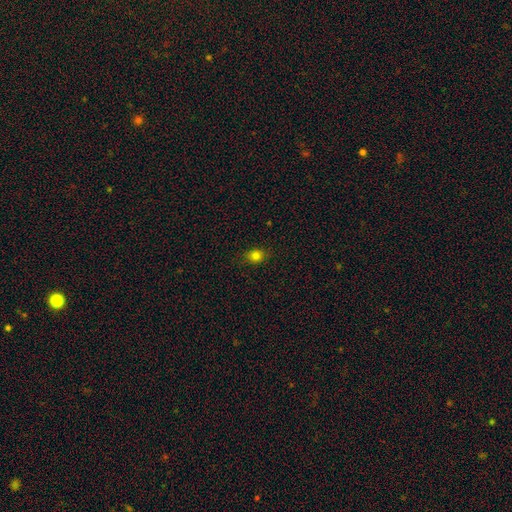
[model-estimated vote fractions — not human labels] Overall: smooth (80%). How rounded: round (63%; in between 36%). Merging: none (85%).